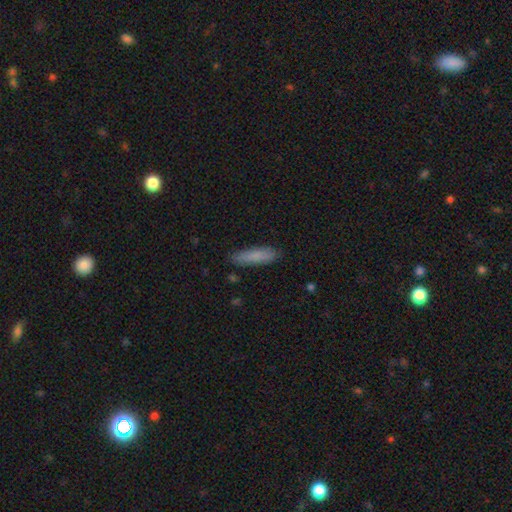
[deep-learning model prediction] smooth-or-featured: smooth: 83% | featured or disk: 10% | star or artifact: 7%
  how-rounded: cigar-shaped: 74% | in between: 24% | round: 1%
  merging: none: 84% | minor disturbance: 13% | major disturbance: 2% | merger: 1%